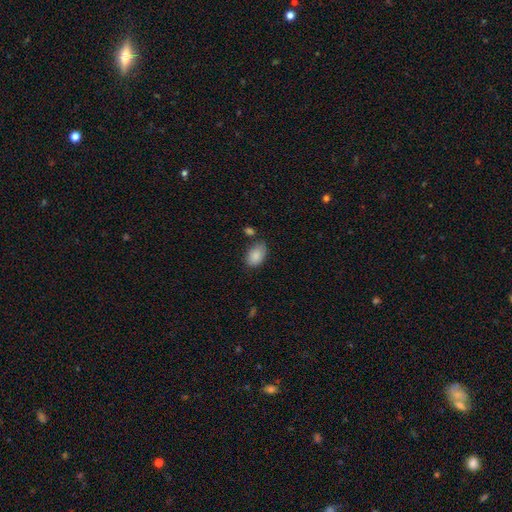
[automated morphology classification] type=smooth (88%); roundness=in between (88%); merging=none (67%).